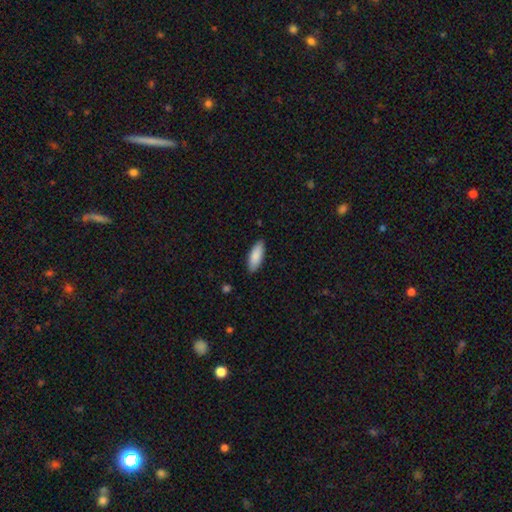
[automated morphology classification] smooth 88%, featured or disk 7%, star or artifact 5%. Down the decision tree: how rounded — in between (73%); merging — none (88%).